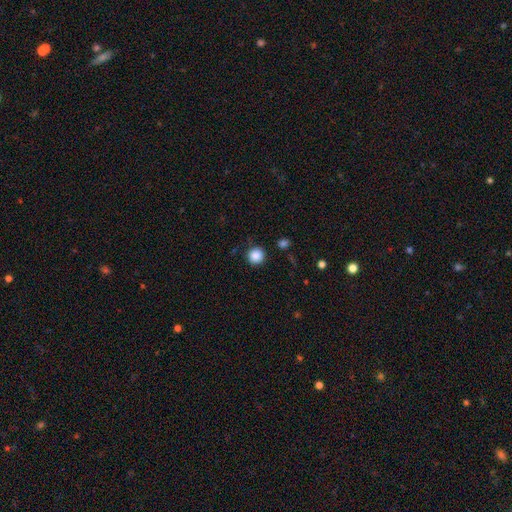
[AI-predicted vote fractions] The model was most divided on "smooth or featured": smooth: 87%, star or artifact: 10%, featured or disk: 3%. More confident: how rounded — round (94%); merging — none (88%).